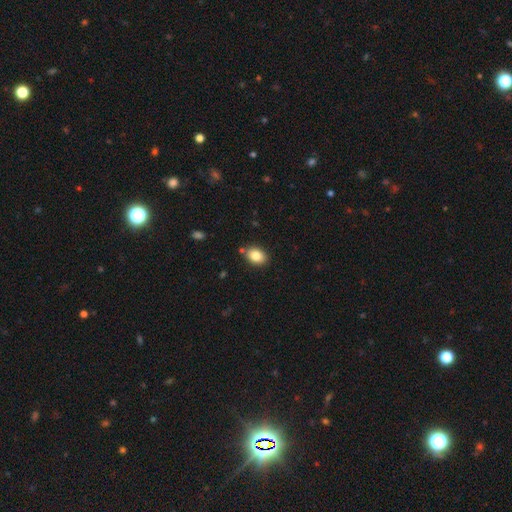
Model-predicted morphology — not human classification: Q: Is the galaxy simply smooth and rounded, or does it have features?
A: smooth — 84%.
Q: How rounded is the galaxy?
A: in between — 77%.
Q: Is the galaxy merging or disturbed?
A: none — 83%.